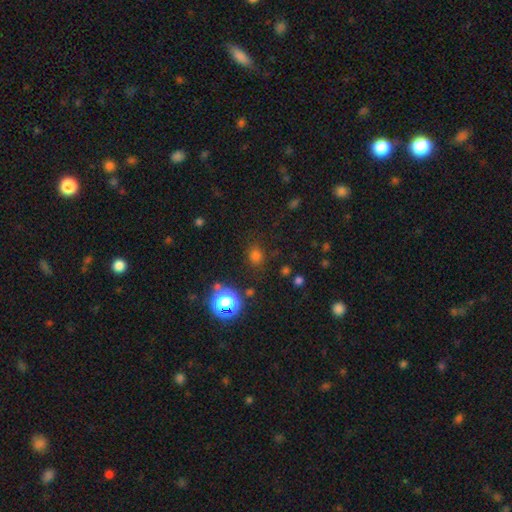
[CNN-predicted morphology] A smooth galaxy with no disk features (70%) that is round (75%). Merging: none (83%).